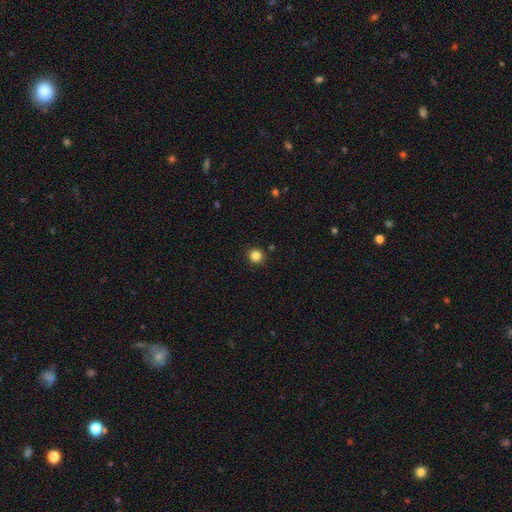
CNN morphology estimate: Overall: smooth (84%). How rounded: round (93%). Merging: none (91%).